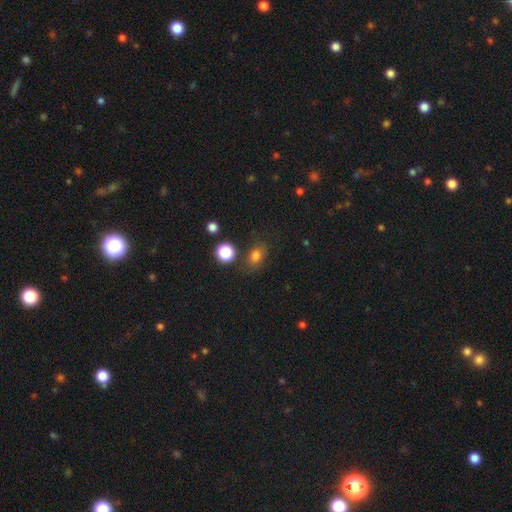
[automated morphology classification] This appears to be a smooth galaxy with no disk features (78%) that is in between round and cigar-shaped (62%). Merging: none (73%).